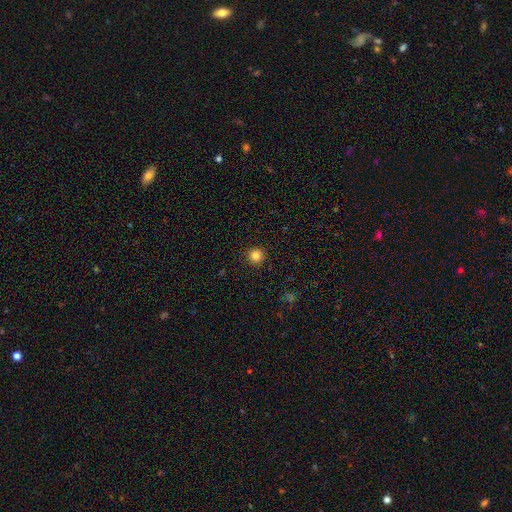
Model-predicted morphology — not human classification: This appears to be a smooth galaxy with no disk features (84%) that is round (96%). Merging: none (93%).